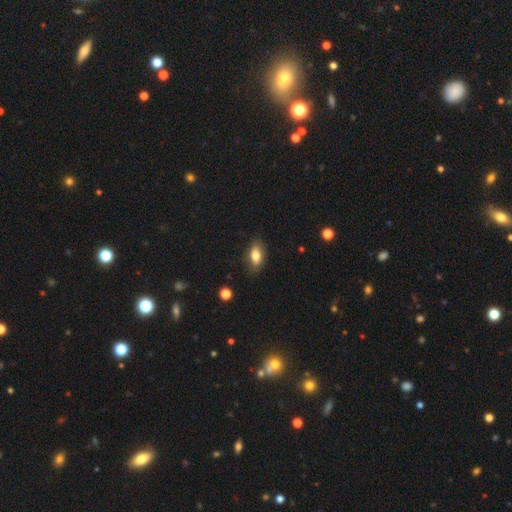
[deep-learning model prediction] smooth 76%, featured or disk 17%, star or artifact 8%. Down the decision tree: how rounded — in between (87%); merging — none (77%).